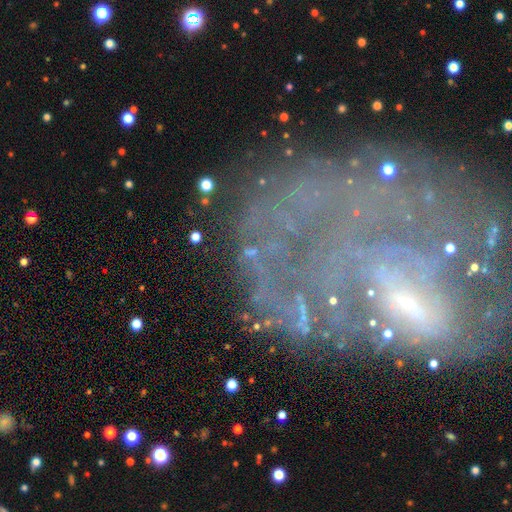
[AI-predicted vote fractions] Smooth or featured?
  - featured or disk: 58% *
  - star or artifact: 27%
  - smooth: 14%
Edge-on disk?
  - no: 90% *
  - yes: 10%
Bar?
  - no: 49% *
  - weak: 27%
  - strong: 24%
Spiral arms?
  - yes: 58% *
  - no: 42%
Bulge size?
  - small: 41% *
  - moderate: 25%
  - none: 24%
  - large: 7%
  - dominant: 4%
Merging?
  - none: 58% *
  - major disturbance: 20%
  - minor disturbance: 16%
  - merger: 6%